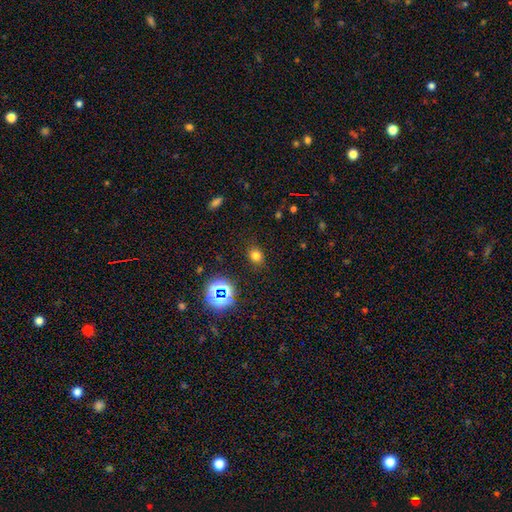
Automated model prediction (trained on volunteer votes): Overall: smooth (72%). How rounded: round (53%; in between 46%). Merging: none (84%).